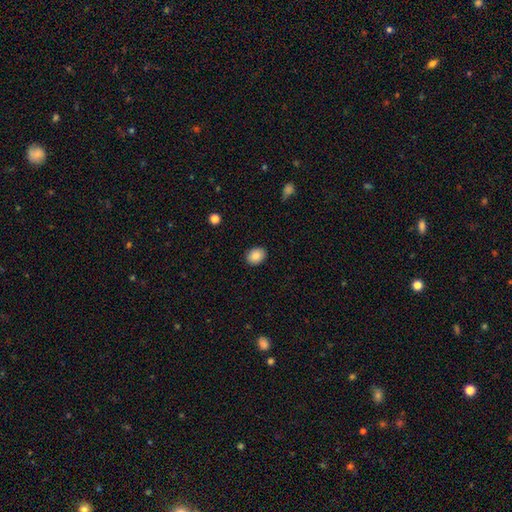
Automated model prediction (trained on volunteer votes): smooth 87%, star or artifact 8%, featured or disk 5%. Down the decision tree: how rounded — in between (56%); merging — none (89%).